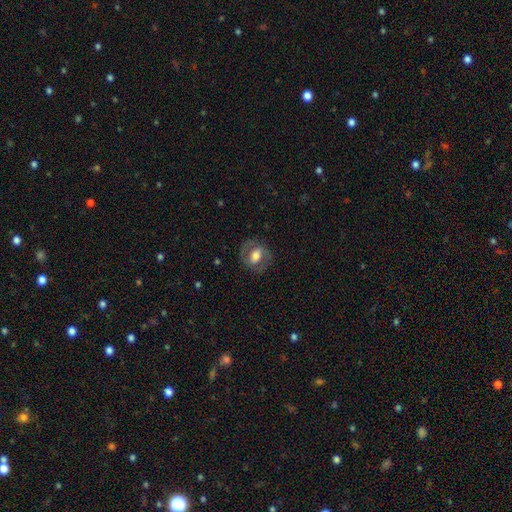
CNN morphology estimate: Smooth or featured? featured or disk (50%)
Merging? none (74%)